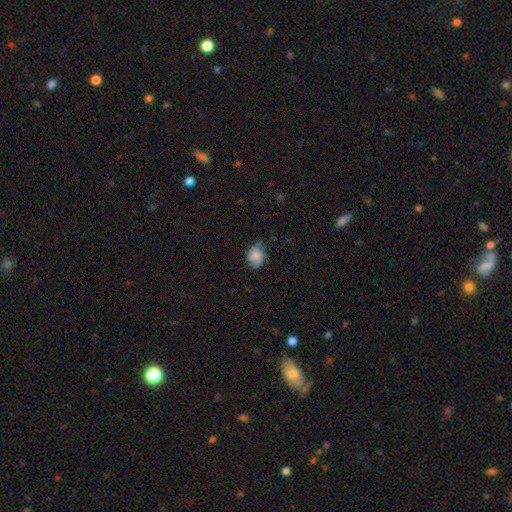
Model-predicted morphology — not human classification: Overall: smooth (76%). How rounded: in between (55%; round 44%). Merging: none (57%; minor disturbance 34%).